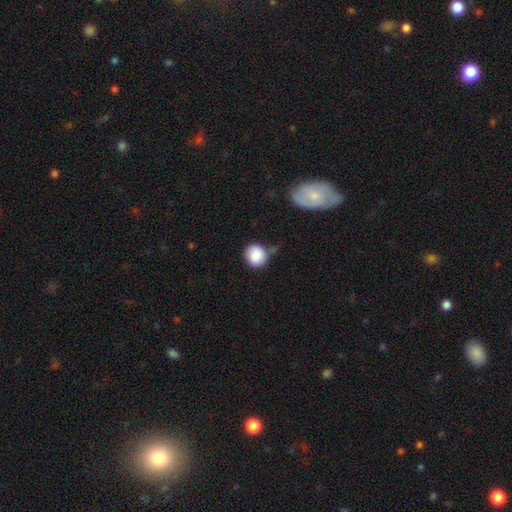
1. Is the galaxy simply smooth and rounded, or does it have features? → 84% smooth, 14% featured or disk, 3% star or artifact.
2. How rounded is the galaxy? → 97% round, 3% in between, 0% cigar-shaped.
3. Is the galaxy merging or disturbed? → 50% none, 39% minor disturbance, 6% major disturbance, 6% merger.